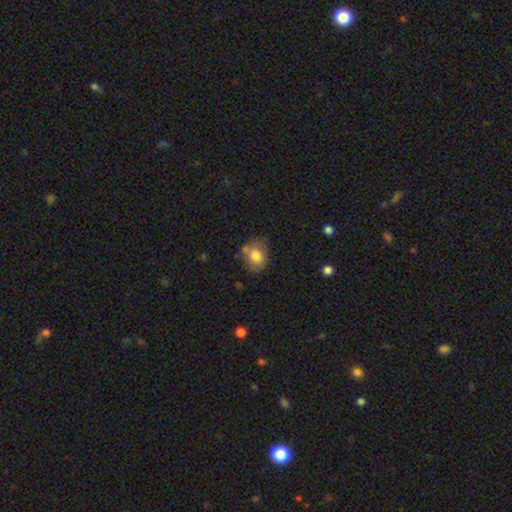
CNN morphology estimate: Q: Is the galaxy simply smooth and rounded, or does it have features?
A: smooth — 78%.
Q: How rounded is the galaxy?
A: round — 55%.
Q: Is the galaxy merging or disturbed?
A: none — 62%.